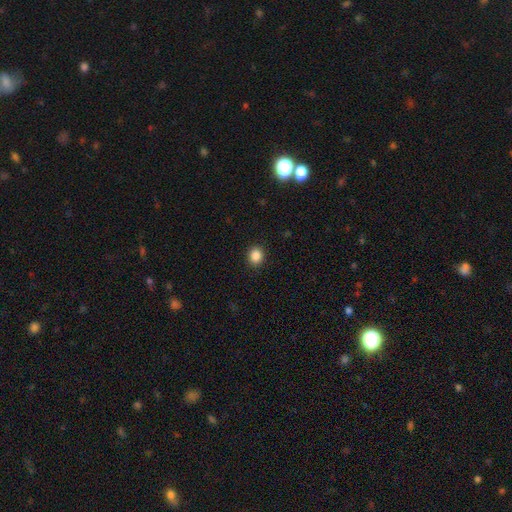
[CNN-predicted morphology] Smooth or featured? Predicted: smooth (p=0.87). How rounded? Predicted: round (p=0.75). Merging? Predicted: none (p=0.91).